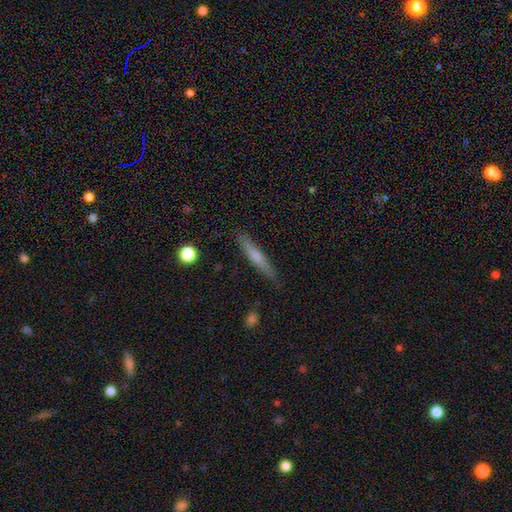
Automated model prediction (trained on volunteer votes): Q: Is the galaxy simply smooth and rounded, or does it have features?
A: smooth — 55%.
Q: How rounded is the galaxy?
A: cigar-shaped — 93%.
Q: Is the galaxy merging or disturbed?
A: none — 87%.